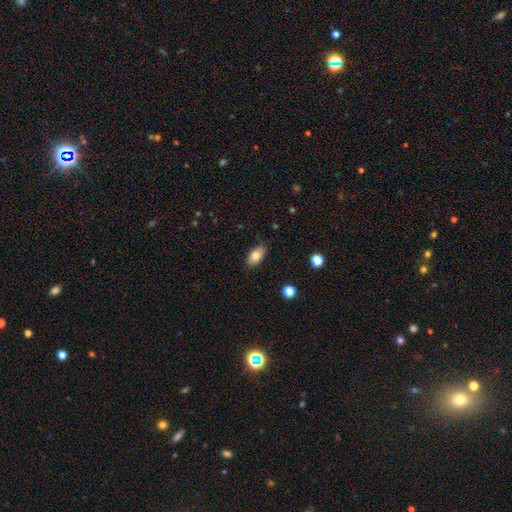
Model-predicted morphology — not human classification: smooth 79%, featured or disk 13%, star or artifact 8%. Down the decision tree: how rounded — in between (91%); merging — none (85%).